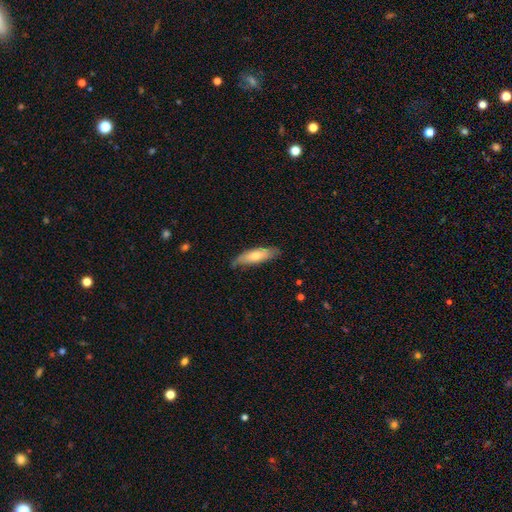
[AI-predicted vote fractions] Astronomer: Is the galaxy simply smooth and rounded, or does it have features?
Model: smooth — 65%.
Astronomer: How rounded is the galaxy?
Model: cigar-shaped — 49%, tied with in between at 49%.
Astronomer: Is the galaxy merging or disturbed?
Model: none — 71%.